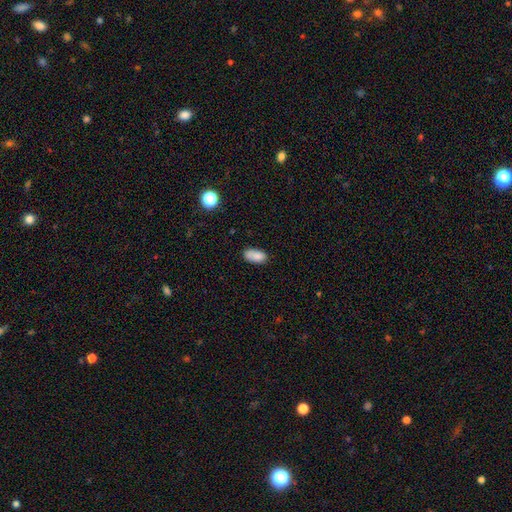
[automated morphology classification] This appears to be a smooth galaxy with no disk features (84%) that is in between round and cigar-shaped (92%). Merging: none (71%).